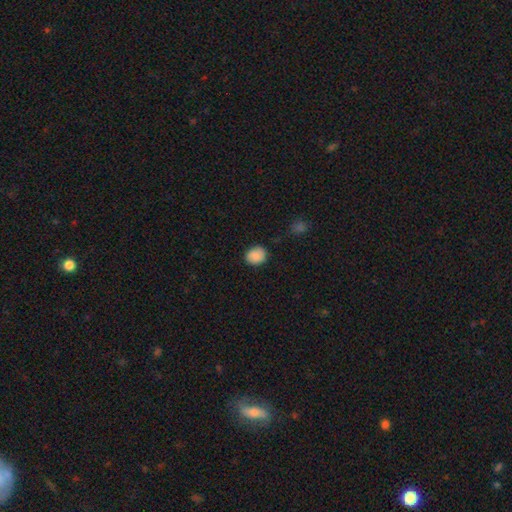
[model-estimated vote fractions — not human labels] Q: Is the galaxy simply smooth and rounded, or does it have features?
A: smooth — 88%.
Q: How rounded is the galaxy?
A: round — 62%.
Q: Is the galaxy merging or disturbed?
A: none — 83%.